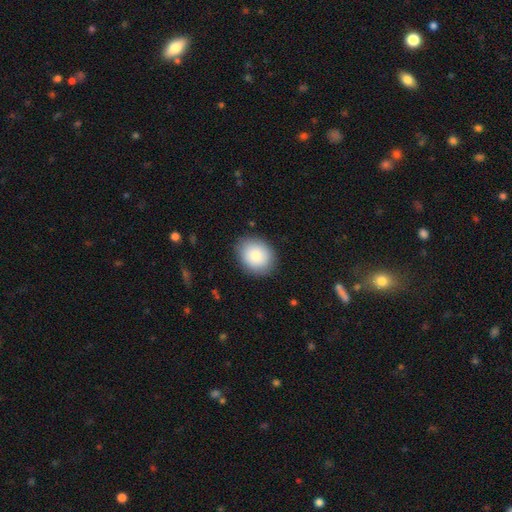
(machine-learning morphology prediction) smooth-or-featured: smooth: 83% | featured or disk: 10% | star or artifact: 7%
  how-rounded: round: 55% | in between: 44% | cigar-shaped: 1%
  merging: none: 86% | minor disturbance: 10% | major disturbance: 3% | merger: 1%